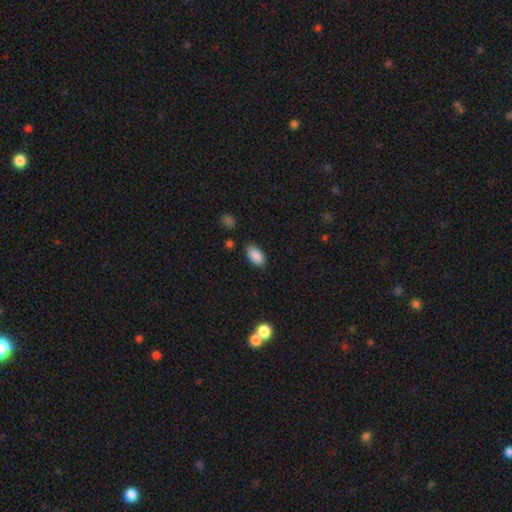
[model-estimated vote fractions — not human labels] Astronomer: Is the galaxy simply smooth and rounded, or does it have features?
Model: smooth — 88%.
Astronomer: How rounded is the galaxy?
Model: in between — 93%.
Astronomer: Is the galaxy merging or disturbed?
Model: none — 80%.